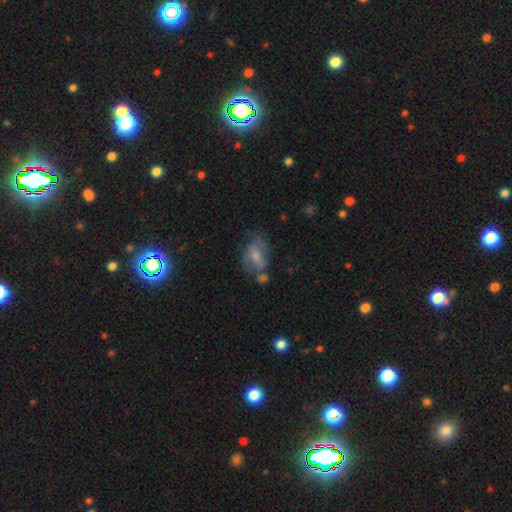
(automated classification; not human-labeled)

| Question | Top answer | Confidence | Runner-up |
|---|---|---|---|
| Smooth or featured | featured or disk | 49% | smooth (42%) |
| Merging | none | 41% | minor disturbance (24%) |